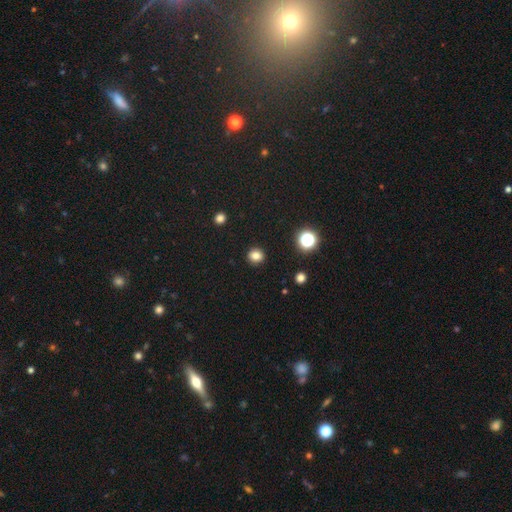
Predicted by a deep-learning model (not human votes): A smooth galaxy with no disk features (81%) that is round (83%). Merging: none (91%).